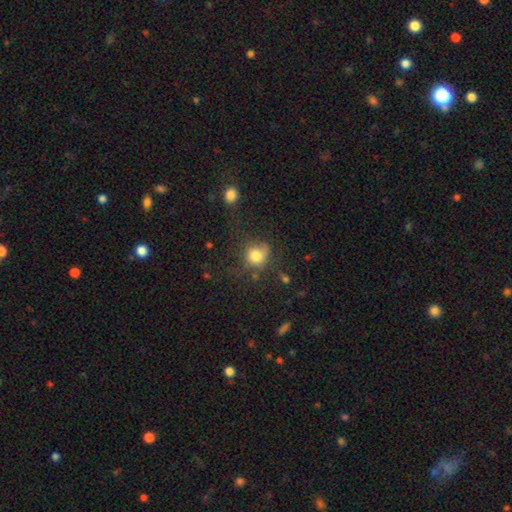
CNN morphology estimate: Overall: smooth (78%). How rounded: round (83%). Merging: none (60%; minor disturbance 22%).